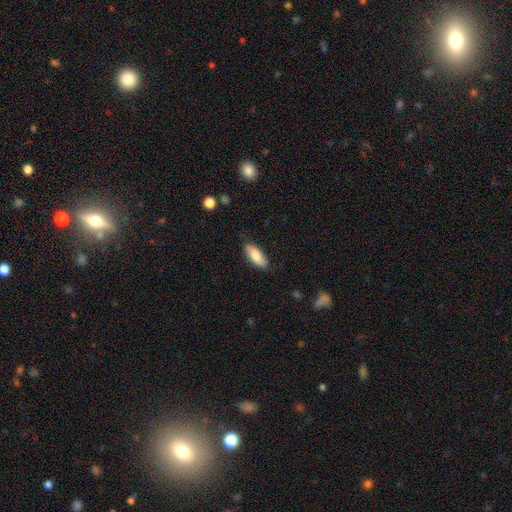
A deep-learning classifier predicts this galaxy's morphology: Smooth or featured? smooth (85%)
How rounded? in between (79%)
Merging? none (81%)